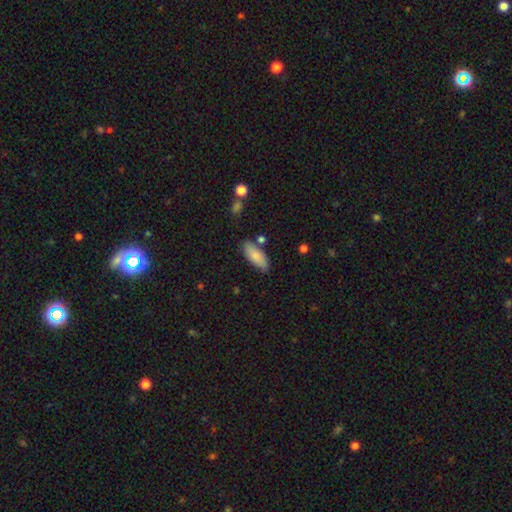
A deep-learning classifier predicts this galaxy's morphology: A smooth galaxy with no disk features (84%) that is in between round and cigar-shaped (78%). Merging: none (78%).